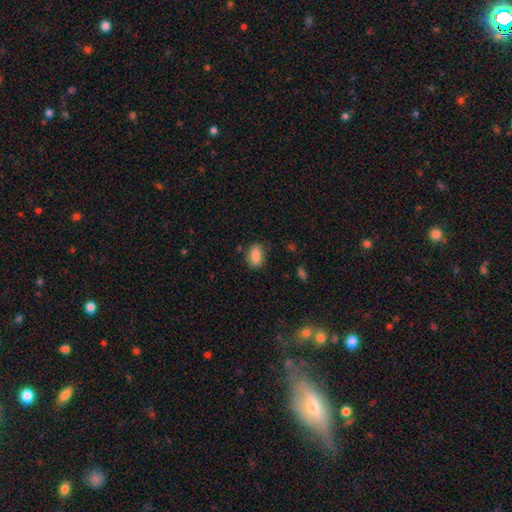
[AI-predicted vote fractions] A smooth galaxy with no disk features (87%) that is in between round and cigar-shaped (87%).

Vote fractions:
- Smooth or featured? smooth: 87% / star or artifact: 8% / featured or disk: 6%
- How rounded? in between: 87% / round: 11% / cigar-shaped: 3%
- Merging? none: 78% / minor disturbance: 16% / major disturbance: 4% / merger: 2%